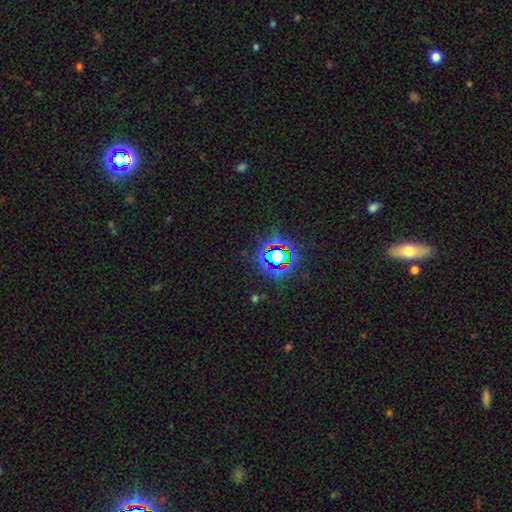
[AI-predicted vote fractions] Smooth or featured: star or artifact — 72% (smooth — 17%)